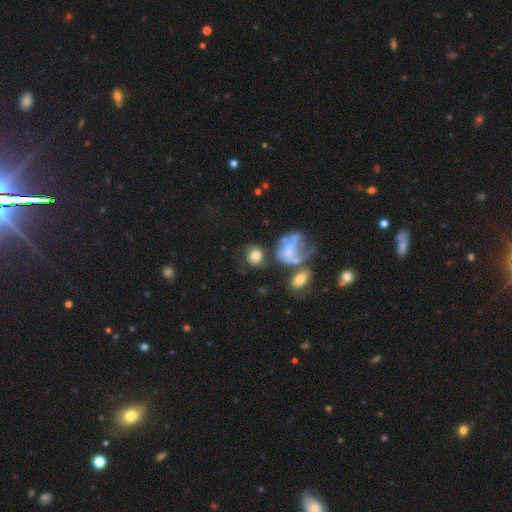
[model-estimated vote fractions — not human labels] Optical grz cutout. It shows a smooth galaxy with no disk features (67%) that is round (71%). Merging: none (47%).